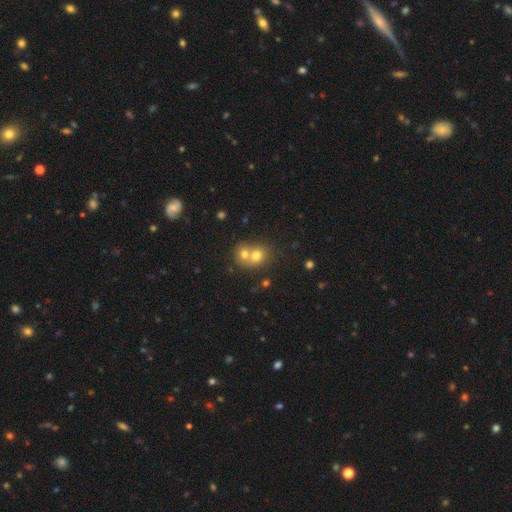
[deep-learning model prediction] Smooth or featured? smooth (70%)
How rounded? round (67%)
Merging? merger (65%)